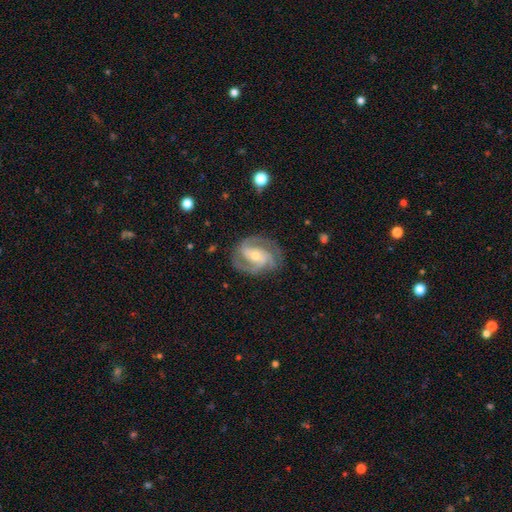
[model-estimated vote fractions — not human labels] Q: Smooth or featured?
A: featured or disk (90%); runner-up: smooth (5%)
Q: Edge-on disk?
A: no (98%); runner-up: yes (2%)
Q: Bar?
A: no (45%); runner-up: weak (37%)
Q: Spiral arms?
A: yes (98%); runner-up: no (2%)
Q: Spiral winding?
A: tight (47%); runner-up: medium (46%)
Q: Spiral arm count?
A: 3 (51%); runner-up: 2 (29%)
Q: Bulge size?
A: small (50%); runner-up: moderate (46%)
Q: Merging?
A: none (78%); runner-up: minor disturbance (15%)